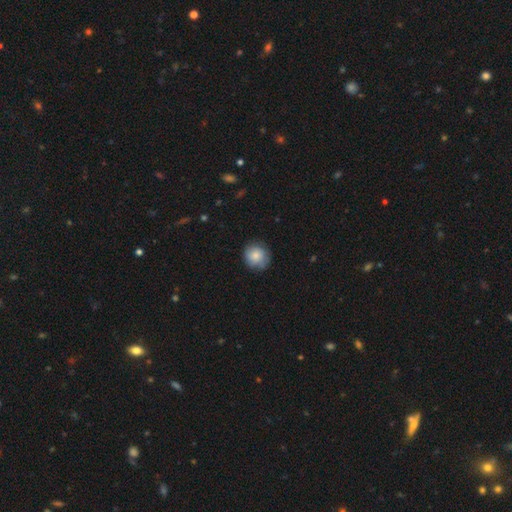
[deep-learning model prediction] Morphology: type=smooth (82%); roundness=round (89%); merging=none (81%).